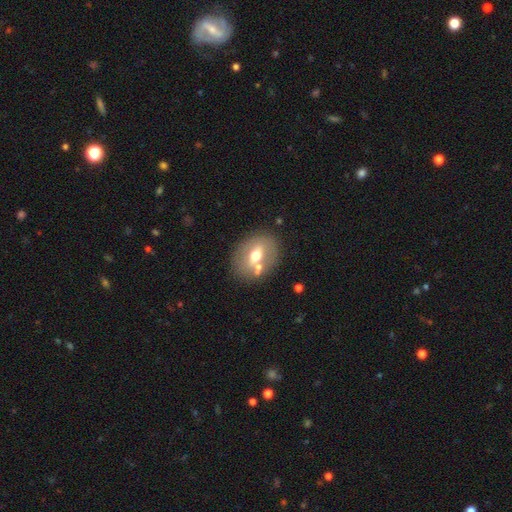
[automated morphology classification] smooth_or_featured: smooth (p=0.48) [alt: featured or disk p=0.43]
merging: none (p=0.72) [alt: minor disturbance p=0.13]